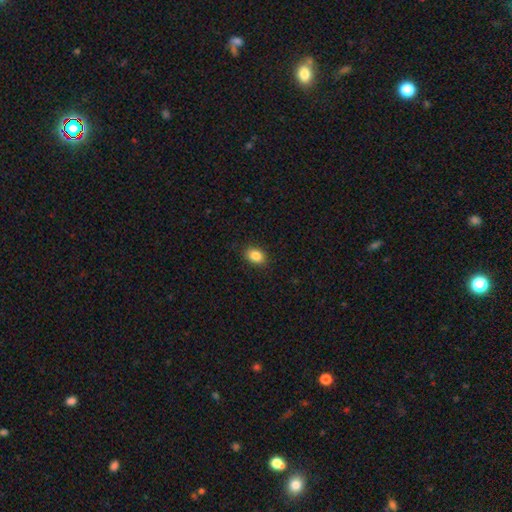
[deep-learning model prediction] Smooth or featured?
  - smooth: 86% *
  - star or artifact: 9%
  - featured or disk: 5%
How rounded?
  - in between: 73% *
  - round: 26%
  - cigar-shaped: 1%
Merging?
  - none: 89% *
  - minor disturbance: 8%
  - major disturbance: 2%
  - merger: 1%